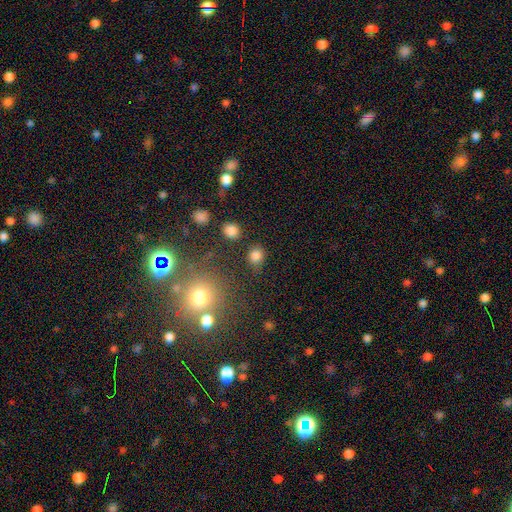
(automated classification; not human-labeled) Morphology: type=smooth (82%); roundness=round (68%); merging=none (77%).